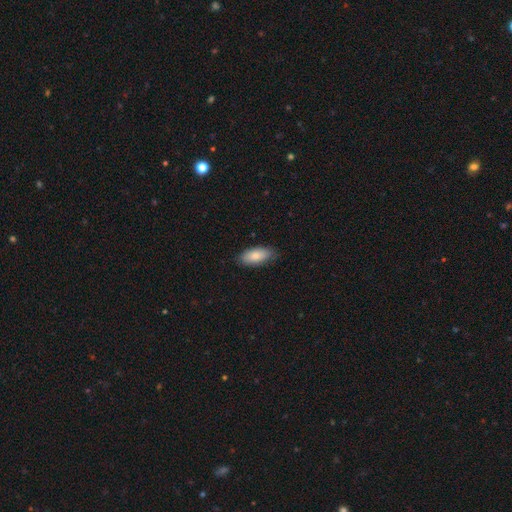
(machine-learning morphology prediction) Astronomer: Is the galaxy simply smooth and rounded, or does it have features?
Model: smooth — 82%.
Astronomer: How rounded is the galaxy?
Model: in between — 88%.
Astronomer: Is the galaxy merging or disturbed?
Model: none — 80%.